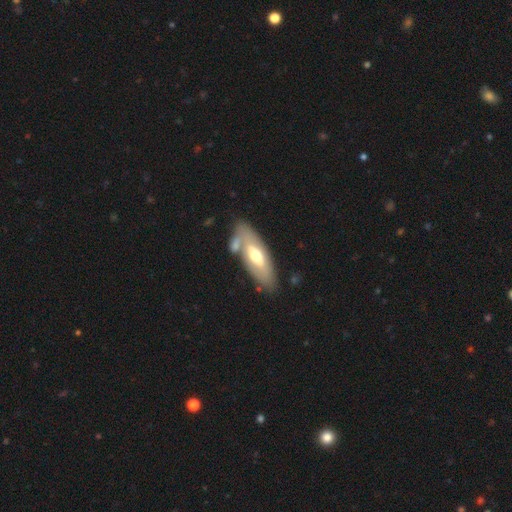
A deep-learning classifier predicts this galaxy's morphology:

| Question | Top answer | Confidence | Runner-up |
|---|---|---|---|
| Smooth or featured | featured or disk | 49% | smooth (46%) |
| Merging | none | 62% | merger (18%) |